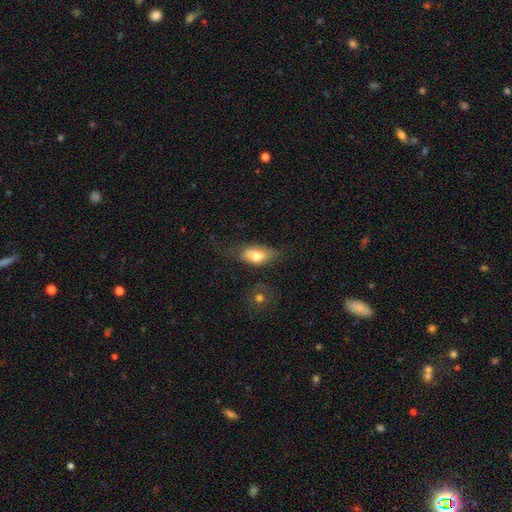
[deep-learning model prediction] Smooth or featured? smooth (70%)
How rounded? in between (87%)
Merging? none (49%)